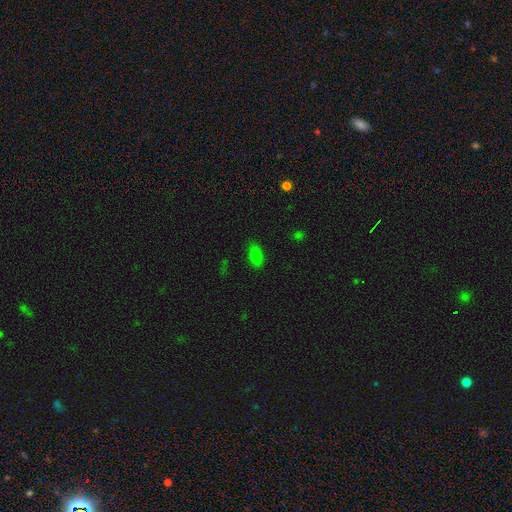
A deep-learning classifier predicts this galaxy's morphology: This appears to be a smooth galaxy with no disk features (82%) that is in between round and cigar-shaped (88%). Merging: none (82%).